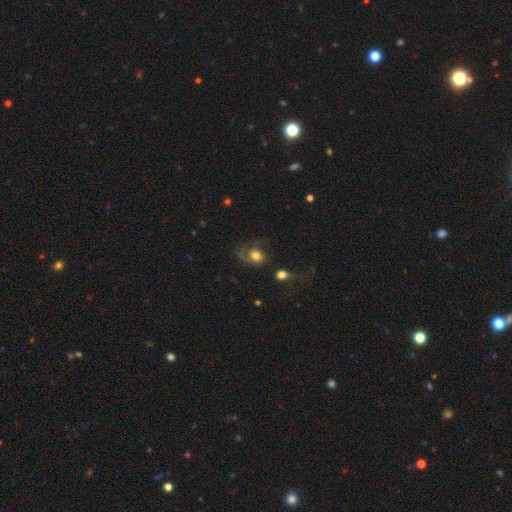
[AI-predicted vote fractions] A featured or disk galaxy (47%).

Vote fractions:
- Smooth or featured? featured or disk: 47% / smooth: 43% / star or artifact: 11%
- Merging? none: 40% / major disturbance: 34% / minor disturbance: 20% / merger: 6%